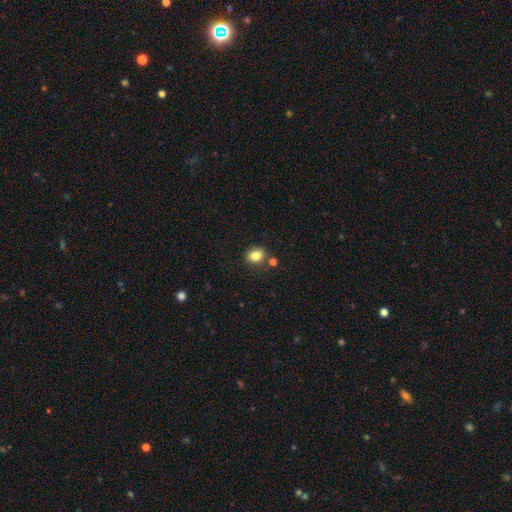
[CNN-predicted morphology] Smooth or featured? Predicted: smooth (p=0.81). How rounded? Predicted: round (p=0.64). Merging? Predicted: none (p=0.79).